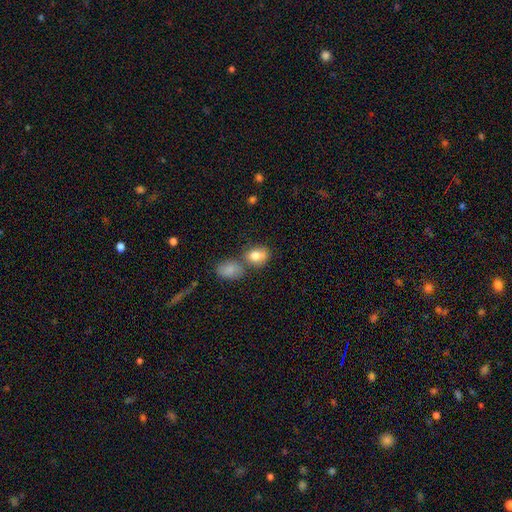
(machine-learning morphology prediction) Smooth or featured: smooth — 81% (featured or disk — 10%)
How rounded: in between — 70% (round — 29%)
Merging: none — 49% (merger — 31%)